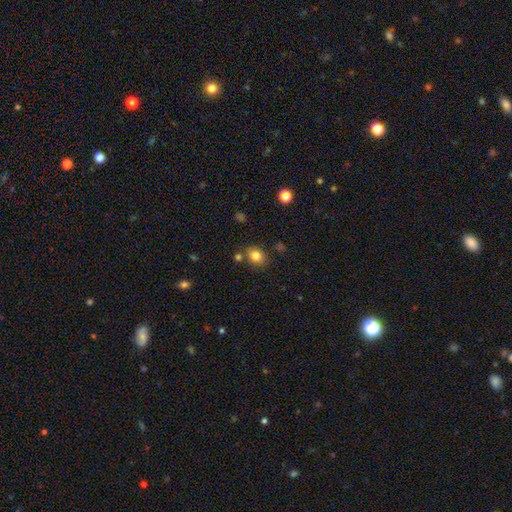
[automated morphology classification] This is clearly a smooth galaxy (81%). How rounded: possibly in between (55%). Merging: likely none (76%).